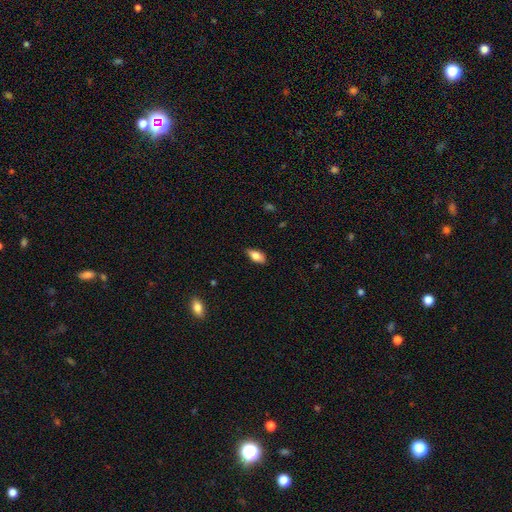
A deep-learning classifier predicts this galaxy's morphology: smooth_or_featured: smooth (p=0.77) [alt: featured or disk p=0.16]
how_rounded: in between (p=0.86) [alt: cigar-shaped p=0.11]
merging: none (p=0.82) [alt: minor disturbance p=0.14]